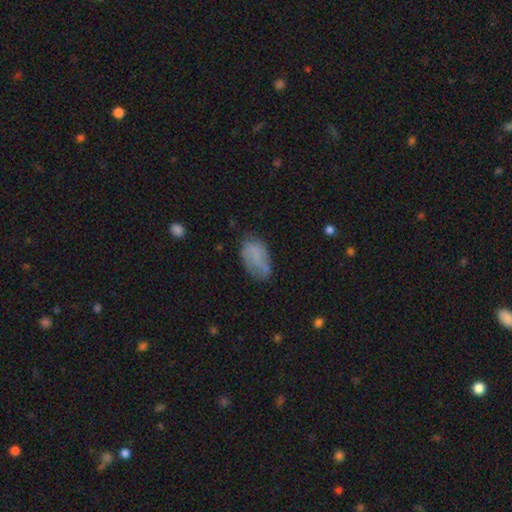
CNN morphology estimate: smooth_or_featured: smooth (p=0.58) [alt: featured or disk p=0.32]
how_rounded: in between (p=0.91) [alt: round p=0.06]
merging: none (p=0.52) [alt: minor disturbance p=0.30]